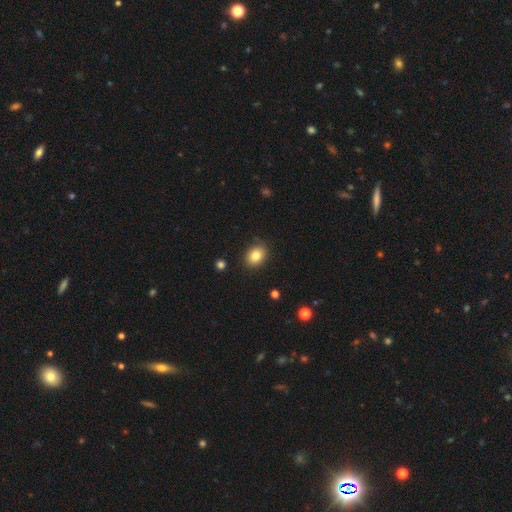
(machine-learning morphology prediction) The model was most divided on "how rounded": in between: 51%, round: 48%, cigar-shaped: 1%. More confident: smooth or featured — smooth (82%); merging — none (81%).